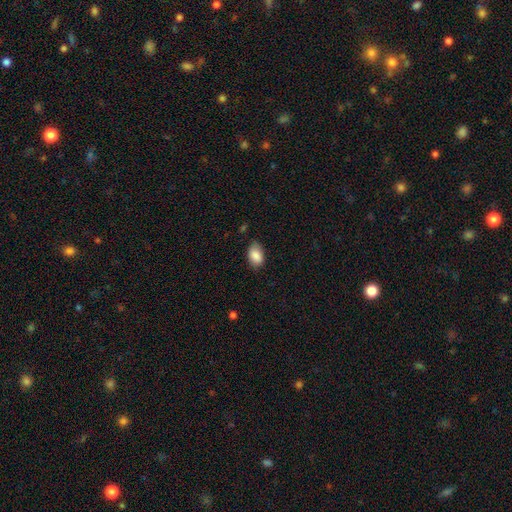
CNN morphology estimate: Smooth or featured? smooth (87%)
How rounded? in between (89%)
Merging? none (77%)